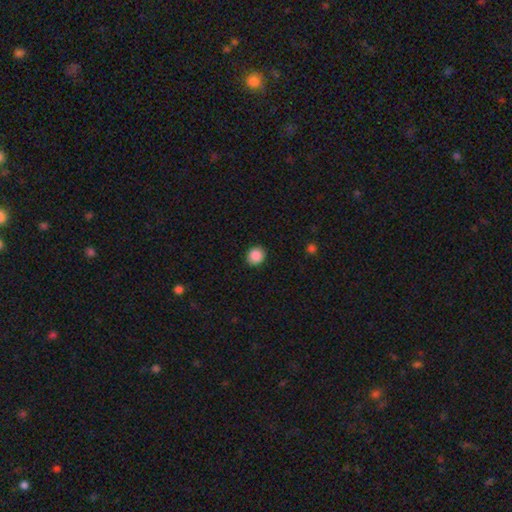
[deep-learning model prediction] Smooth or featured: smooth — 89% (star or artifact — 9%)
How rounded: round — 82% (in between — 17%)
Merging: none — 90% (minor disturbance — 7%)